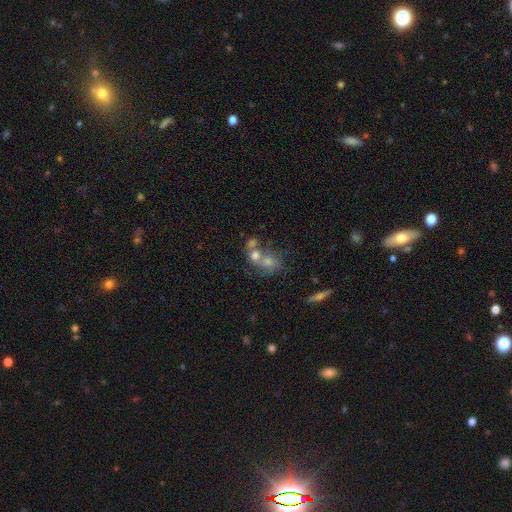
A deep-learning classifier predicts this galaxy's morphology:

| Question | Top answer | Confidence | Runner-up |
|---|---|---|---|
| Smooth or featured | smooth | 56% | featured or disk (30%) |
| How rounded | round | 53% | in between (45%) |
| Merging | merger | 60% | none (23%) |